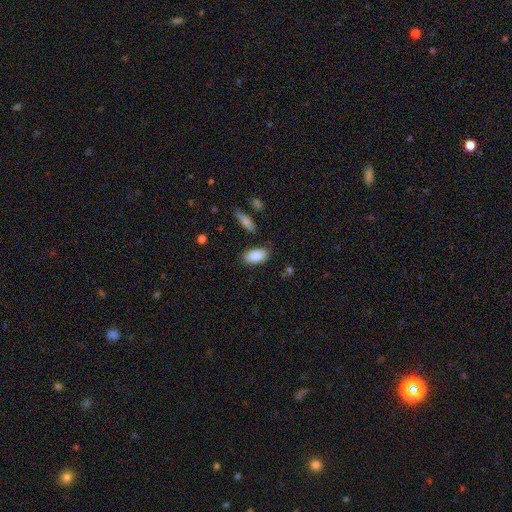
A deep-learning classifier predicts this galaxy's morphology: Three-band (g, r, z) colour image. It shows a smooth galaxy with no disk features (88%) that is in between round and cigar-shaped (93%). Merging: none (83%).